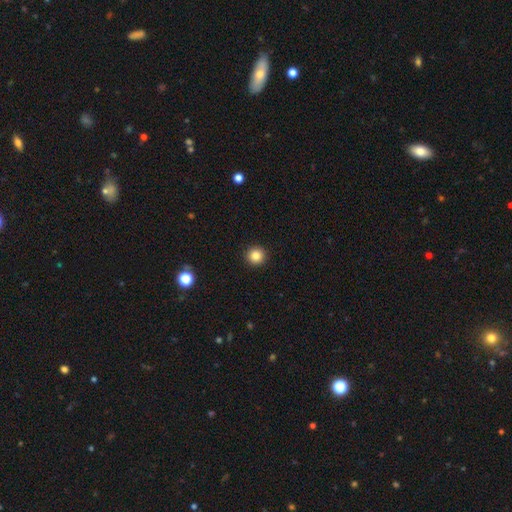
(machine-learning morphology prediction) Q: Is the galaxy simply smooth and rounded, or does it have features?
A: smooth — 84%.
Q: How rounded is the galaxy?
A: round — 95%.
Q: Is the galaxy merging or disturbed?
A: none — 93%.